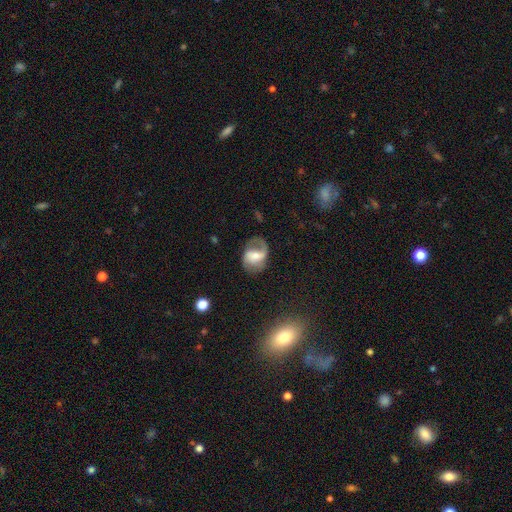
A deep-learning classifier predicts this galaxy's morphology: featured or disk 67%, smooth 26%, star or artifact 8%. Down the decision tree: edge-on disk — no (97%); bar — weak (44%); spiral arms — yes (86%); spiral arm count — 2 (62%); spiral winding — medium (43%); bulge size — moderate (48%); merging — none (54%).